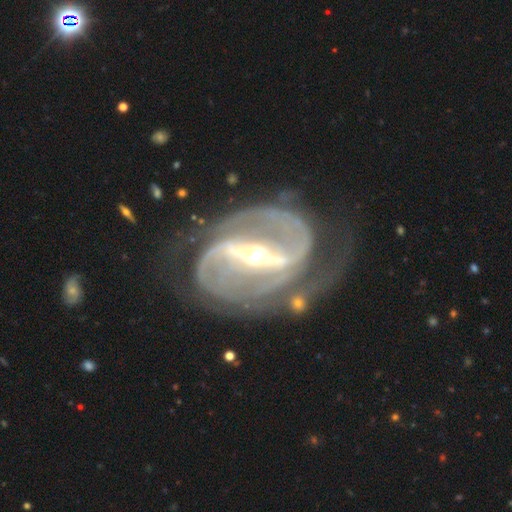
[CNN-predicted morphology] Overall: featured or disk (91%). Edge-on disk: no (96%). Bar: strong (81%). Spiral arms: yes (94%). Spiral arm count: 2 (83%). Spiral winding: medium (48%; tight 31%). Bulge size: small (50%; moderate 45%). Merging: none (51%; major disturbance 25%).